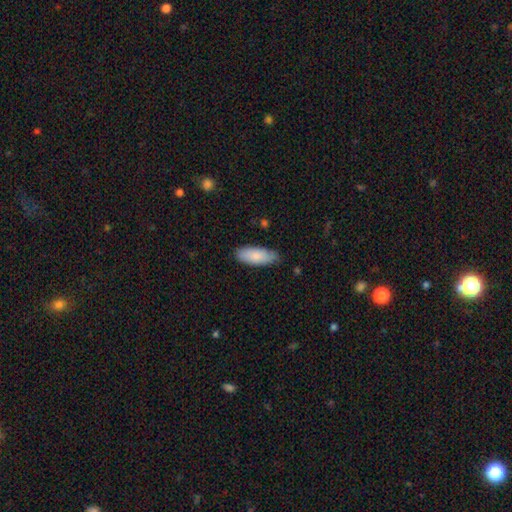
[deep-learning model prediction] Smooth or featured?
  - smooth: 84% *
  - featured or disk: 11%
  - star or artifact: 6%
How rounded?
  - in between: 79% *
  - cigar-shaped: 19%
  - round: 2%
Merging?
  - none: 78% *
  - minor disturbance: 18%
  - major disturbance: 3%
  - merger: 1%